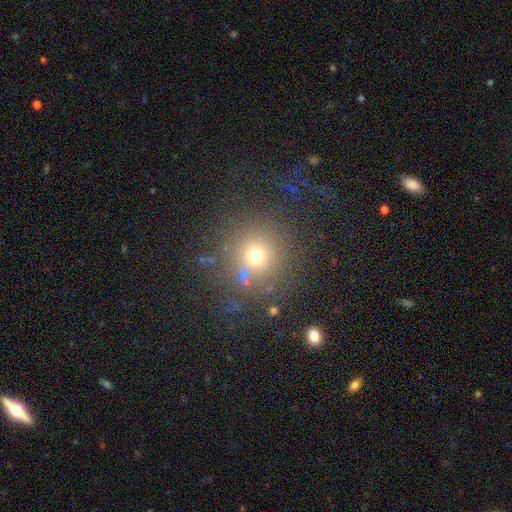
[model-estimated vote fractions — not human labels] Smooth or featured? smooth (68%)
How rounded? round (92%)
Merging? none (79%)